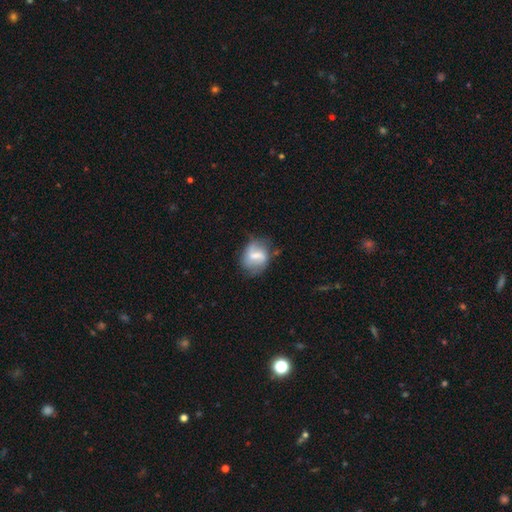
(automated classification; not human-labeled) Smooth or featured: featured or disk — 49% (smooth — 43%)
Merging: none — 59% (minor disturbance — 26%)